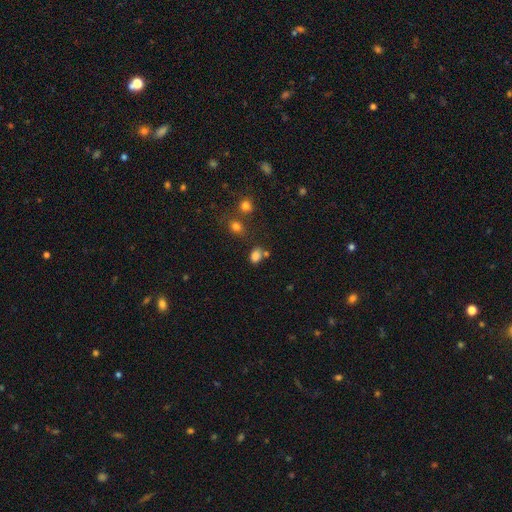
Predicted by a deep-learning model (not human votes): smooth 80%, star or artifact 15%, featured or disk 6%. Down the decision tree: how rounded — in between (70%); merging — none (60%).